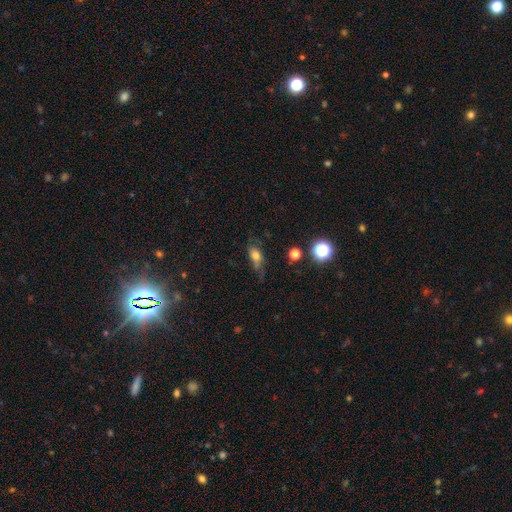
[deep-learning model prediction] This appears to be a smooth galaxy with no disk features (65%) that is in between round and cigar-shaped (76%). Merging: none (48%).